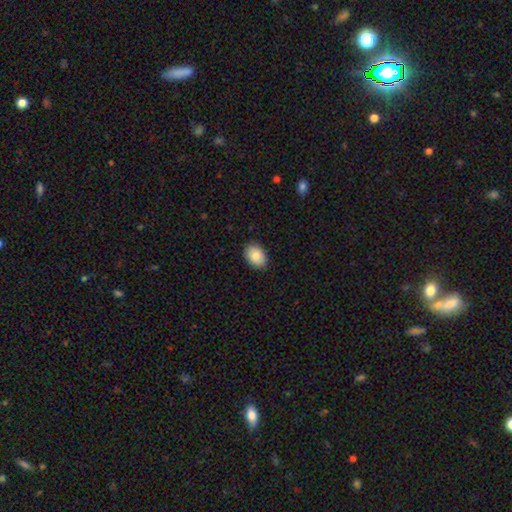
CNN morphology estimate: smooth_or_featured: smooth (p=0.85) [alt: featured or disk p=0.08]
how_rounded: in between (p=0.78) [alt: round p=0.21]
merging: none (p=0.89) [alt: minor disturbance p=0.08]